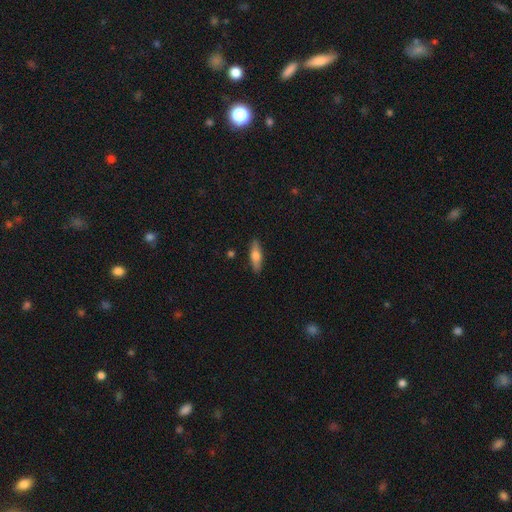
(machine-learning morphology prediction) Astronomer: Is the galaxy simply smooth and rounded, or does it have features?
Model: smooth — 64%.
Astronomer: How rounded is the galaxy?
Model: cigar-shaped — 51% (runner-up: in between, 46%).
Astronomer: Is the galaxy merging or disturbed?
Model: none — 88%.